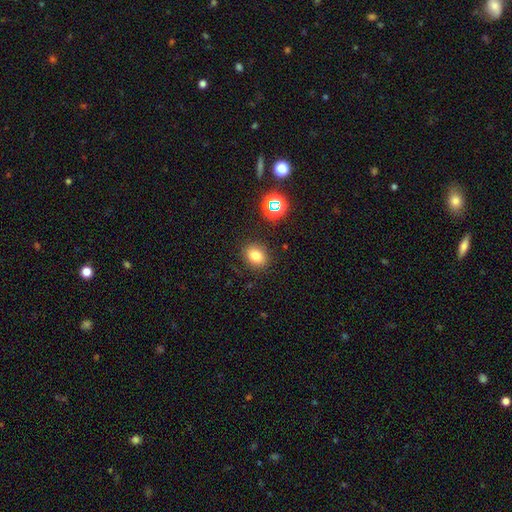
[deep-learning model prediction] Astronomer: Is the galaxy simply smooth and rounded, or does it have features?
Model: smooth — 76%.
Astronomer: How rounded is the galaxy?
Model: in between — 57% (runner-up: round, 42%).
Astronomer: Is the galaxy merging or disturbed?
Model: none — 86%.